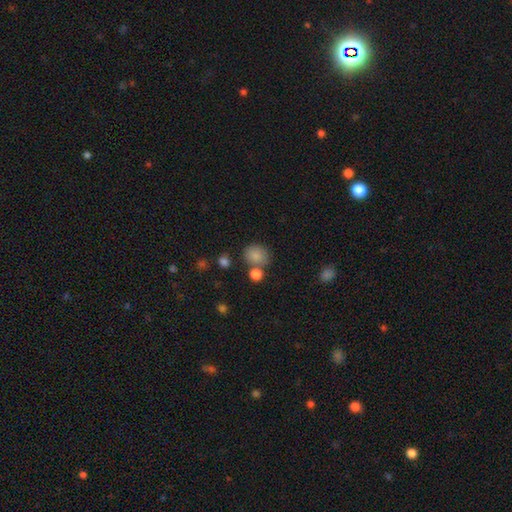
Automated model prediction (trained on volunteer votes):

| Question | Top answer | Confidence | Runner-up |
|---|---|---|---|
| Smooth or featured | smooth | 83% | star or artifact (11%) |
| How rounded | round | 71% | in between (28%) |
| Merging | none | 64% | merger (19%) |